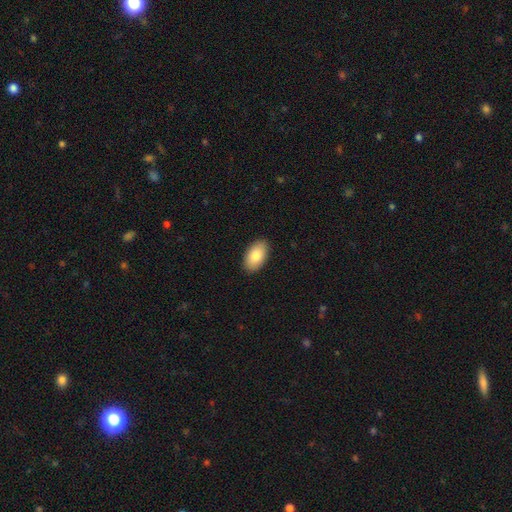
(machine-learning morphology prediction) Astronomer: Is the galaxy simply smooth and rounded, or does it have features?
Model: smooth — 84%.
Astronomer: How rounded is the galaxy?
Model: in between — 95%.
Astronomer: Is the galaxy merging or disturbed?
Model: none — 90%.